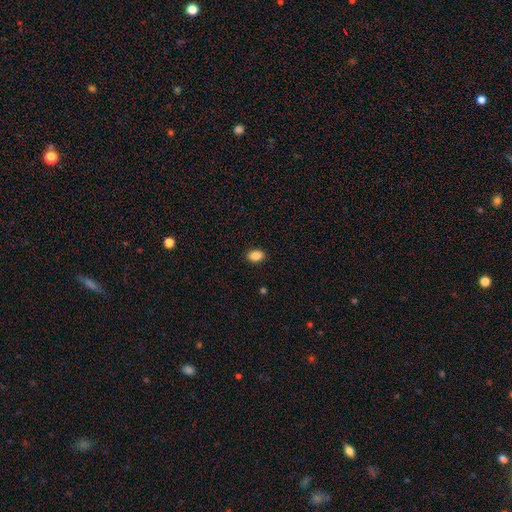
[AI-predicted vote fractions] The model was most divided on "how rounded": in between: 82%, round: 17%, cigar-shaped: 1%. More confident: merging — none (90%); smooth or featured — smooth (88%).